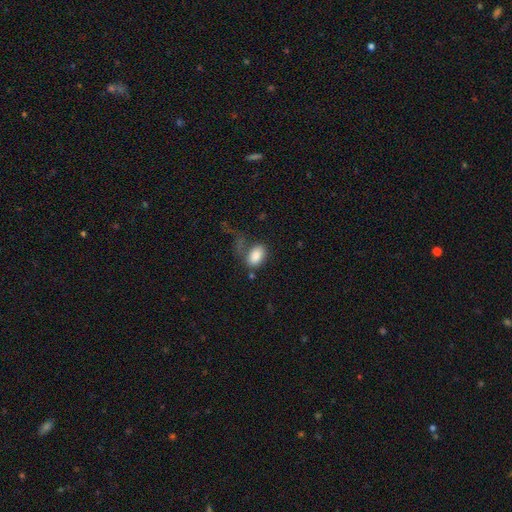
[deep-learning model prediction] The model was most divided on "merging": none: 53%, minor disturbance: 19%, major disturbance: 16%, merger: 11%. More confident: how rounded — in between (89%); smooth or featured — smooth (85%).